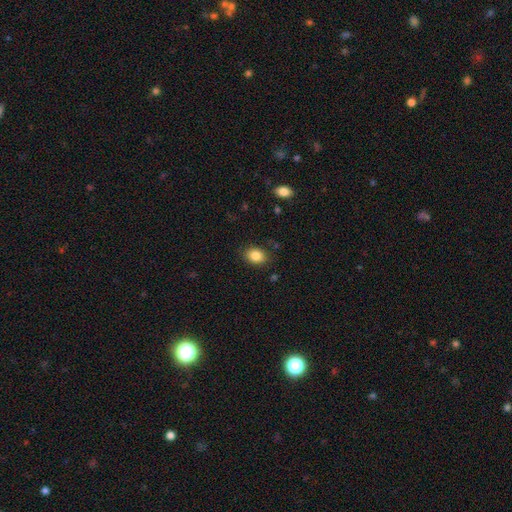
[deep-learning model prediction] smooth 86%, star or artifact 9%, featured or disk 6%. Down the decision tree: how rounded — in between (69%); merging — none (86%).